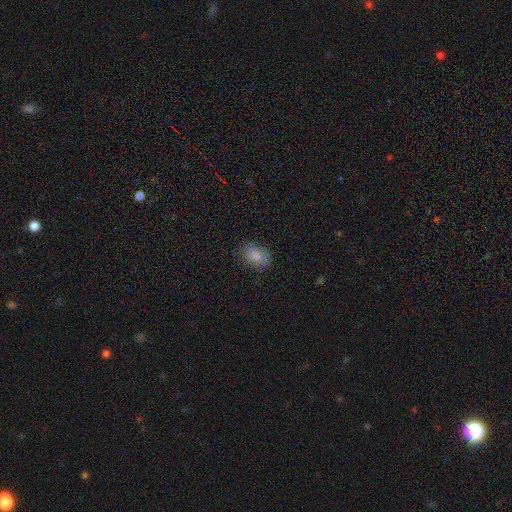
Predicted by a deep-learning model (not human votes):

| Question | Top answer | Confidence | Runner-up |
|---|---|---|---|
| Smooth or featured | smooth | 84% | star or artifact (8%) |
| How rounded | in between | 78% | round (21%) |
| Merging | none | 80% | minor disturbance (15%) |